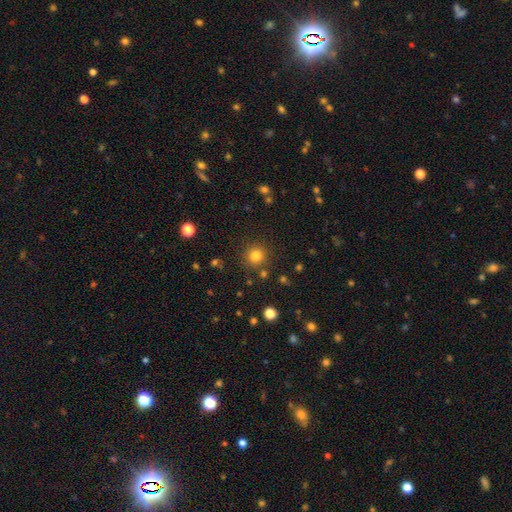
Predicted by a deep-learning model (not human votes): A smooth galaxy with no disk features (80%) that is round (93%). Merging: none (87%).